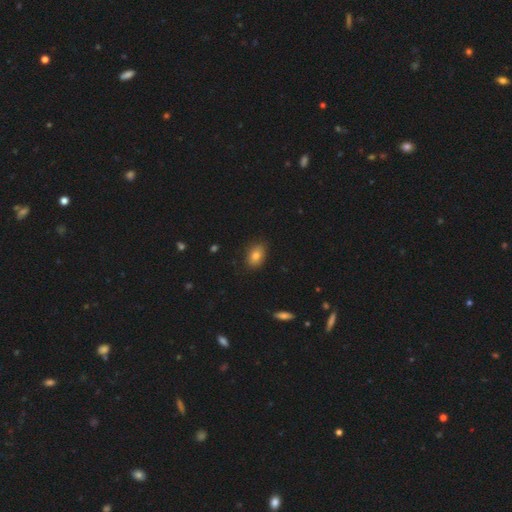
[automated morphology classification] The model was most divided on "how rounded": in between: 82%, round: 17%, cigar-shaped: 2%. More confident: merging — none (85%); smooth or featured — smooth (81%).